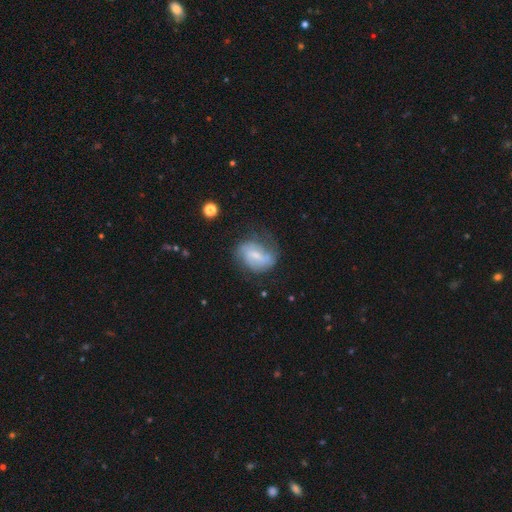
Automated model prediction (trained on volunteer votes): A featured or disk galaxy (66%) with a weak bar (53%), 2 (49%) medium (41%) spiral arms (85%) and a small central bulge (51%).

Vote fractions:
- Smooth or featured? featured or disk: 66% / smooth: 26% / star or artifact: 7%
- Edge-on disk? no: 97% / yes: 3%
- Bar? weak: 53% / no: 26% / strong: 21%
- Spiral arms? yes: 85% / no: 15%
- Spiral winding? medium: 41% / tight: 30% / loose: 29%
- Spiral arm count? 2: 49% / can't tell: 29% / 3: 11% / 1: 6% / 4: 3% / more than 4: 2%
- Bulge size? small: 51% / moderate: 33% / none: 12% / large: 3% / dominant: 1%
- Merging? none: 56% / minor disturbance: 27% / major disturbance: 15% / merger: 2%